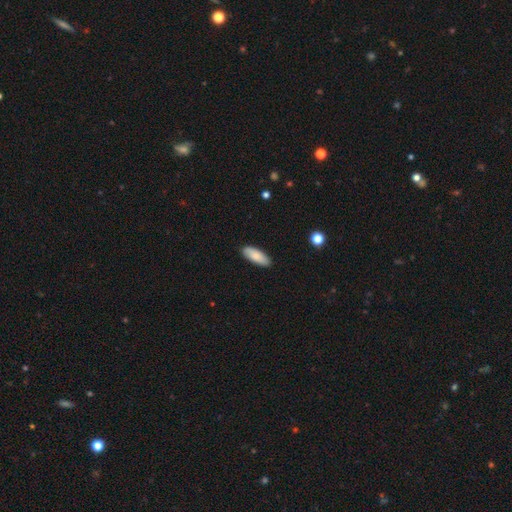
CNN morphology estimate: Smooth or featured? smooth (85%)
How rounded? in between (71%)
Merging? none (89%)